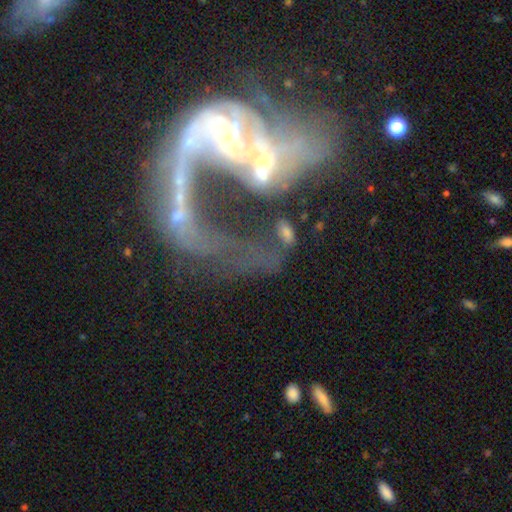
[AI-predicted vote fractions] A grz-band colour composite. It shows a featured or disk galaxy (80%) with no bar (52%), 2 (40%) loose (69%) spiral arms (73%) and a small central bulge (45%). Merging: merger (46%).